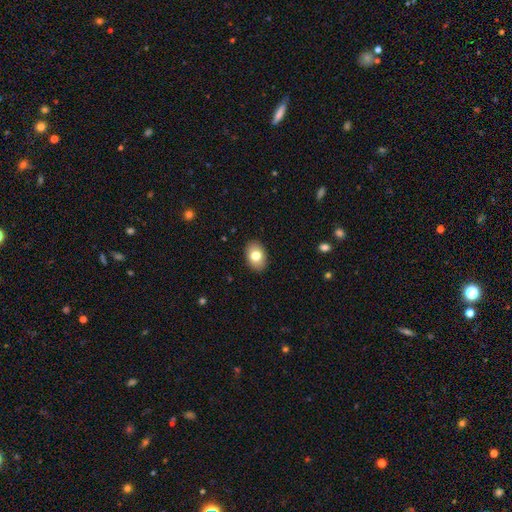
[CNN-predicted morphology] smooth 78%, featured or disk 14%, star or artifact 8%. Down the decision tree: how rounded — in between (81%); merging — none (90%).